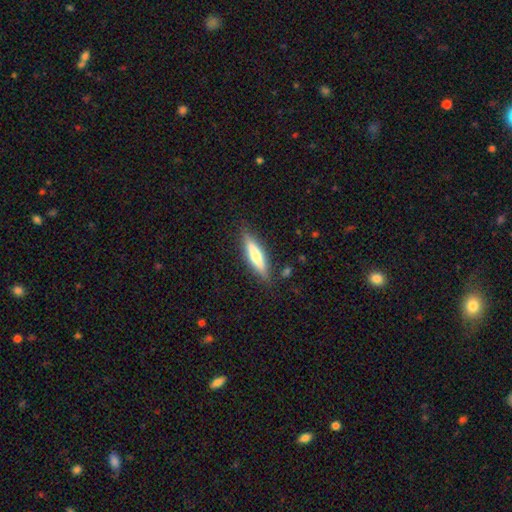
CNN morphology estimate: Smooth or featured? smooth (61%)
How rounded? cigar-shaped (77%)
Merging? none (85%)